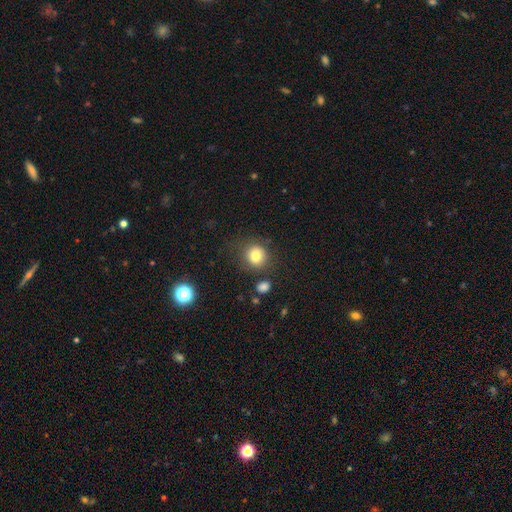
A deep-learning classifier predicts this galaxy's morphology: smooth_or_featured: smooth (p=0.81) [alt: star or artifact p=0.11]
how_rounded: round (p=0.84) [alt: in between p=0.15]
merging: none (p=0.77) [alt: minor disturbance p=0.13]